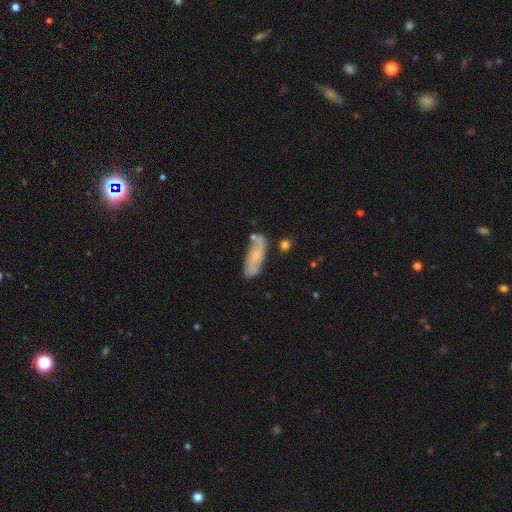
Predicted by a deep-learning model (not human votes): Smooth or featured? Predicted: featured or disk (p=0.50). Merging? Predicted: none (p=0.63).